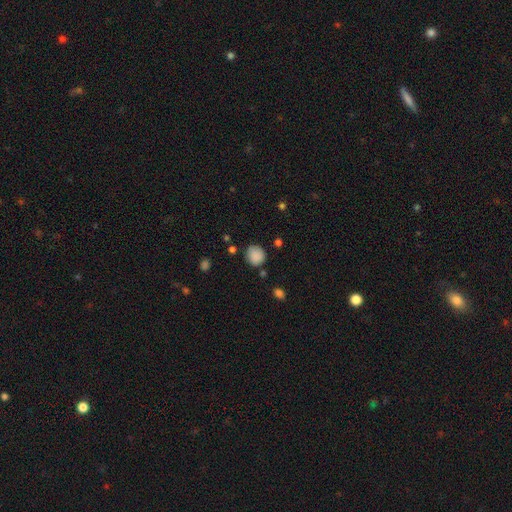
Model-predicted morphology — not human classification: This appears to be a smooth galaxy with no disk features (87%) that is round (86%). Merging: none (78%).